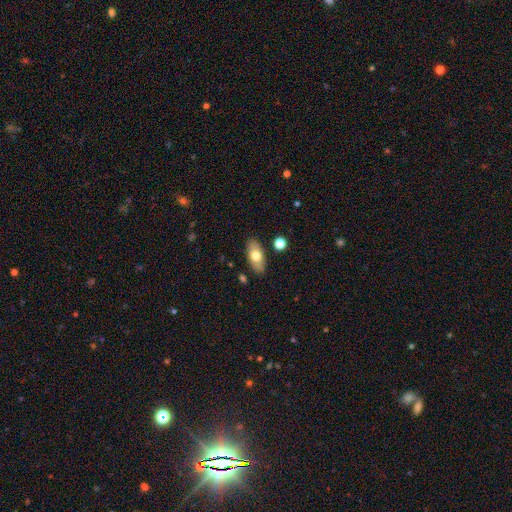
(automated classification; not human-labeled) smooth-or-featured: smooth: 69% | featured or disk: 25% | star or artifact: 7%
  how-rounded: in between: 88% | cigar-shaped: 8% | round: 4%
  merging: none: 86% | minor disturbance: 10% | merger: 2% | major disturbance: 2%